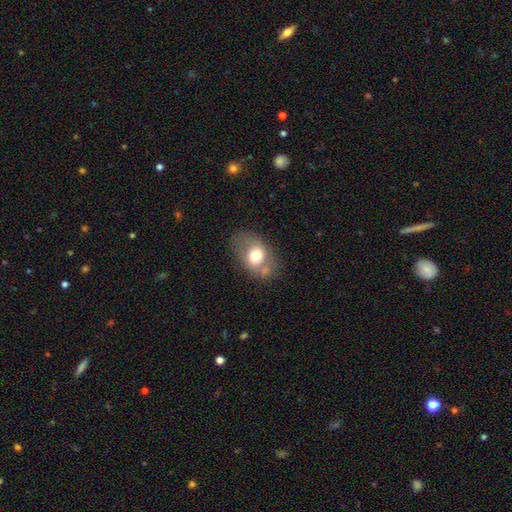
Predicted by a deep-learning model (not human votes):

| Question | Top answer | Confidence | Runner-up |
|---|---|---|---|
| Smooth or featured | smooth | 63% | featured or disk (28%) |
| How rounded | in between | 73% | round (26%) |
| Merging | none | 53% | minor disturbance (22%) |